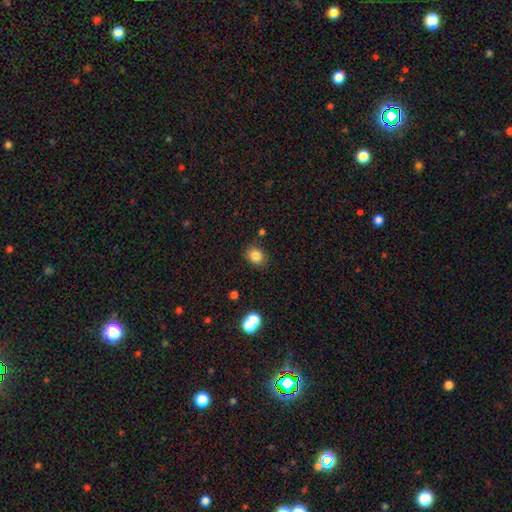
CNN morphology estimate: Overall: smooth (83%). How rounded: round (58%; in between 41%). Merging: none (79%).